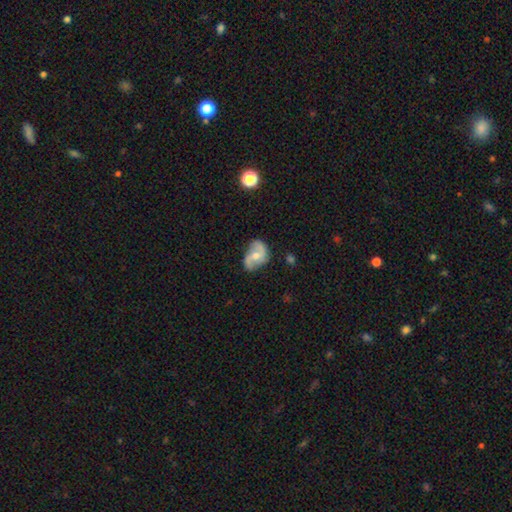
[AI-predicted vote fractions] Smooth or featured?
  - featured or disk: 72% *
  - smooth: 21%
  - star or artifact: 7%
Edge-on disk?
  - no: 97% *
  - yes: 3%
Bar?
  - no: 49% *
  - weak: 39%
  - strong: 12%
Spiral arms?
  - yes: 90% *
  - no: 10%
Spiral winding?
  - loose: 58% *
  - medium: 32%
  - tight: 10%
Spiral arm count?
  - 2: 88% *
  - can't tell: 5%
  - 1: 2%
  - 3: 2%
  - 4: 1%
  - more than 4: 1%
Bulge size?
  - moderate: 55% *
  - small: 39%
  - none: 3%
  - large: 2%
  - dominant: 1%
Merging?
  - none: 63% *
  - minor disturbance: 25%
  - major disturbance: 9%
  - merger: 2%